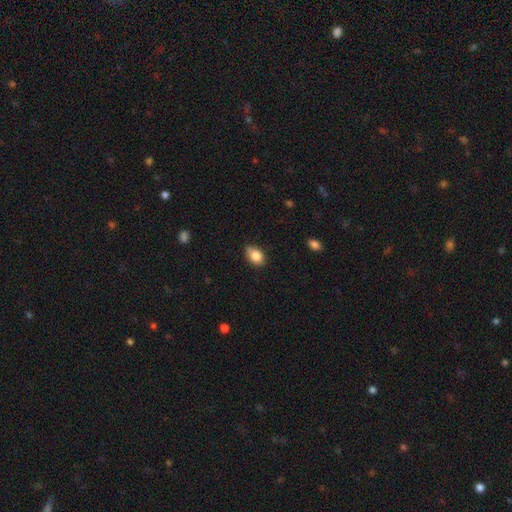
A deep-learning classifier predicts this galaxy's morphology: Smooth or featured? smooth (84%)
How rounded? in between (82%)
Merging? none (72%)